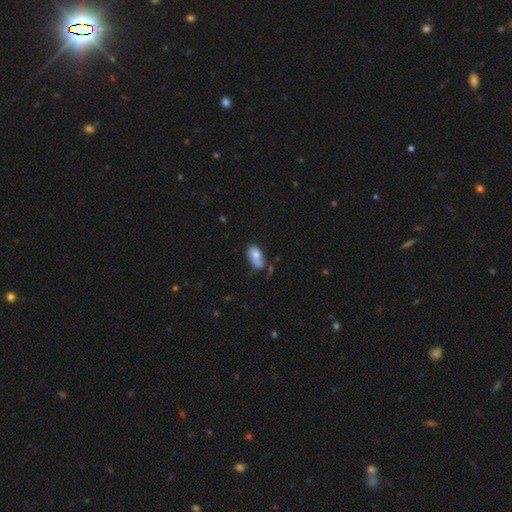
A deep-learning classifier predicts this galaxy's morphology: type=smooth (73%); roundness=in between (90%); merging=none (35%).